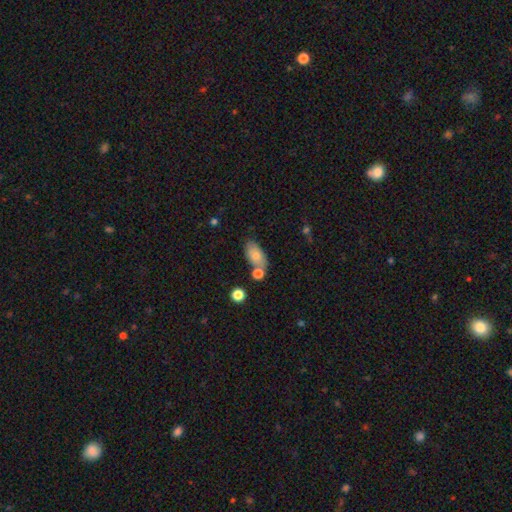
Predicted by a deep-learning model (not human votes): Smooth or featured? Predicted: smooth (p=0.78). How rounded? Predicted: in between (p=0.91). Merging? Predicted: none (p=0.62).